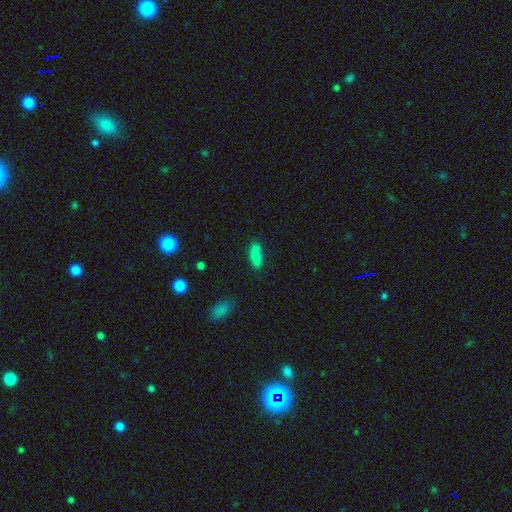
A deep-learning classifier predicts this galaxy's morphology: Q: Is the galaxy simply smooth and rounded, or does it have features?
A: smooth — 84%.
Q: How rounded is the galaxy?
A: in between — 75%.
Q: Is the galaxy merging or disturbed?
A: none — 69%.